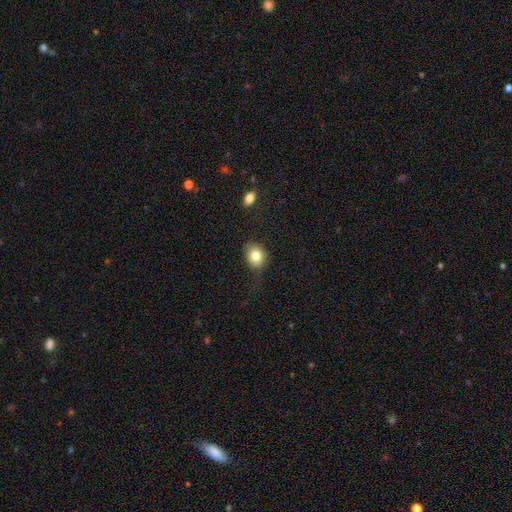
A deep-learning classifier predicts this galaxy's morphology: Smooth or featured?
  - smooth: 80% *
  - featured or disk: 10%
  - star or artifact: 9%
How rounded?
  - round: 56% *
  - in between: 43%
  - cigar-shaped: 1%
Merging?
  - none: 64% *
  - minor disturbance: 23%
  - major disturbance: 10%
  - merger: 2%